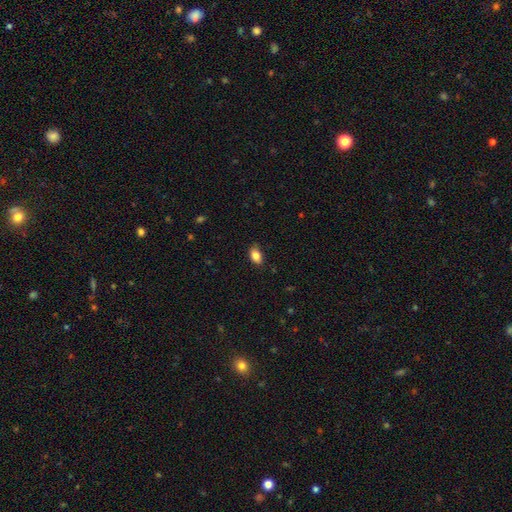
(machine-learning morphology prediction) Smooth or featured?
  - smooth: 85% *
  - star or artifact: 8%
  - featured or disk: 6%
How rounded?
  - in between: 87% *
  - round: 11%
  - cigar-shaped: 2%
Merging?
  - none: 82% *
  - minor disturbance: 15%
  - major disturbance: 2%
  - merger: 1%